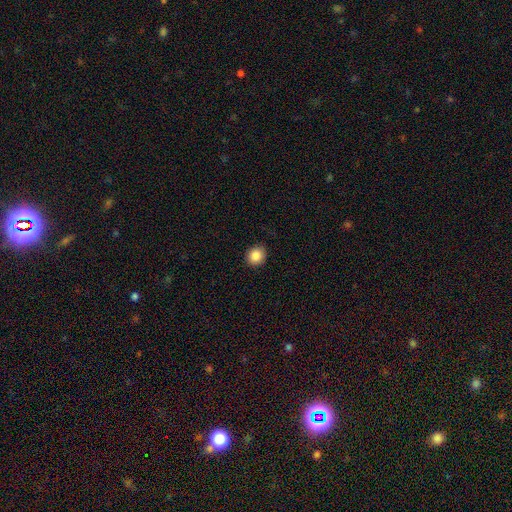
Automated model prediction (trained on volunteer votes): The model was most divided on "how rounded": round: 79%, in between: 20%, cigar-shaped: 1%. More confident: merging — none (89%); smooth or featured — smooth (86%).